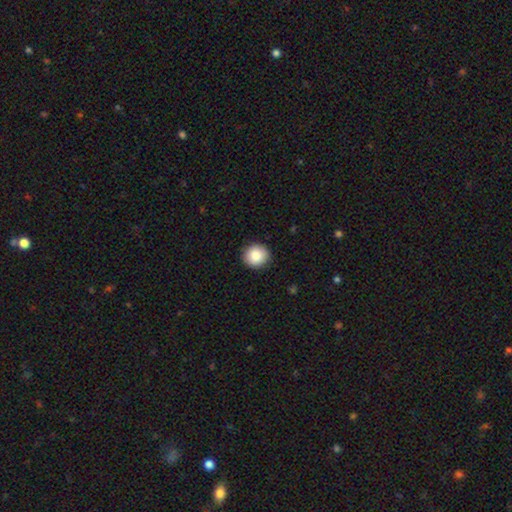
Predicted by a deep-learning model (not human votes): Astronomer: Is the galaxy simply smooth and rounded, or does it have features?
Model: smooth — 87%.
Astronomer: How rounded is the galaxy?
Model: round — 89%.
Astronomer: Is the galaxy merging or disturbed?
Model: none — 91%.